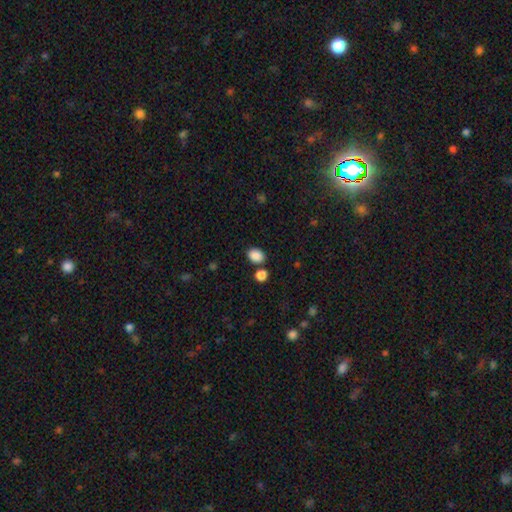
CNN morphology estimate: Q: Smooth or featured?
A: smooth (88%); runner-up: star or artifact (9%)
Q: How rounded?
A: in between (67%); runner-up: round (33%)
Q: Merging?
A: none (77%); runner-up: merger (10%)